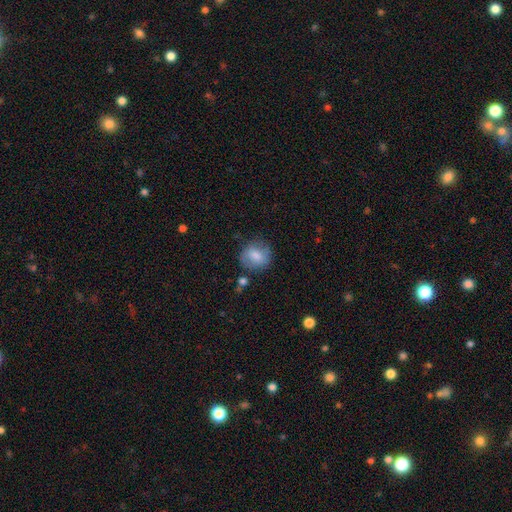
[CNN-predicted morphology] Smooth or featured? Predicted: smooth (p=0.74). How rounded? Predicted: round (p=0.68). Merging? Predicted: none (p=0.69).